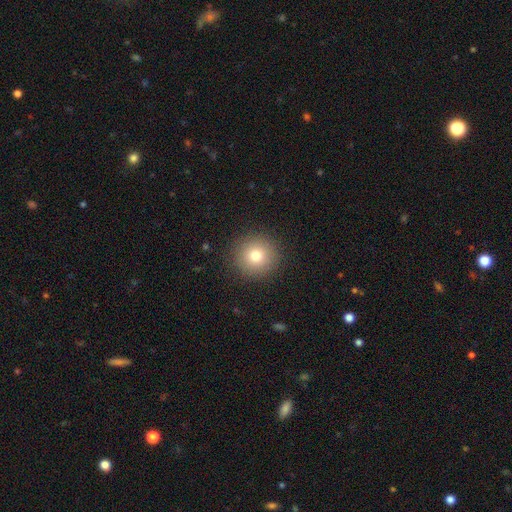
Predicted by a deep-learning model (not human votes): Overall: smooth (76%). How rounded: round (95%). Merging: none (91%).